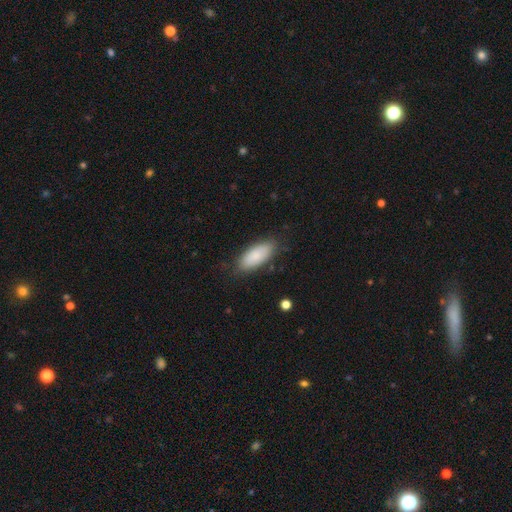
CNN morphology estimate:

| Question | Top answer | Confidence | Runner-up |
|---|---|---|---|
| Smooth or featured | smooth | 86% | featured or disk (8%) |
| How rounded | in between | 83% | cigar-shaped (15%) |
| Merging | none | 82% | minor disturbance (13%) |